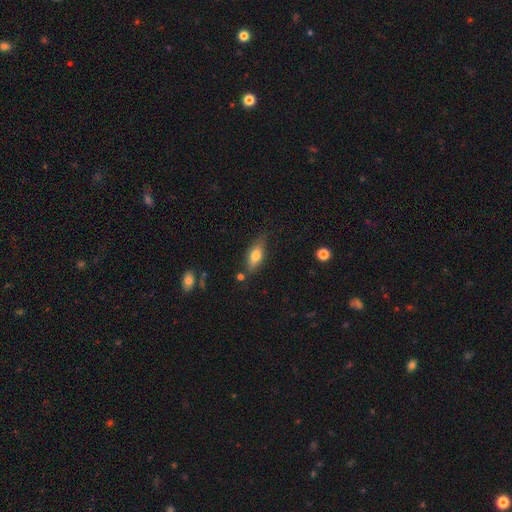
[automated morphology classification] Q: Smooth or featured?
A: smooth (72%); runner-up: featured or disk (21%)
Q: How rounded?
A: in between (76%); runner-up: cigar-shaped (20%)
Q: Merging?
A: none (72%); runner-up: minor disturbance (20%)